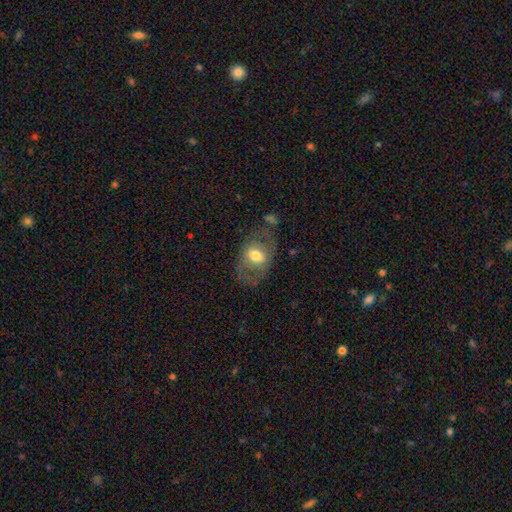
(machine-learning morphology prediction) A smooth galaxy with no disk features (47%). Merging: none (63%).